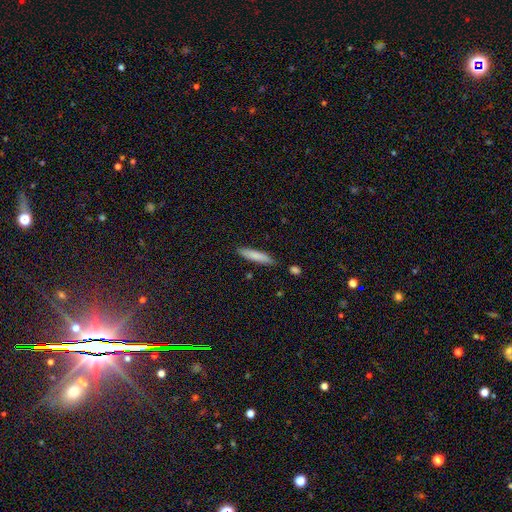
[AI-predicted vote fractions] A smooth galaxy with no disk features (80%) that is cigar-shaped (85%). Merging: none (83%).